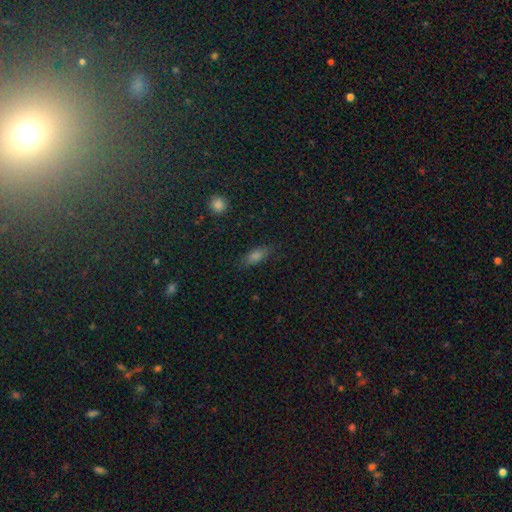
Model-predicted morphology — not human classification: Overall: smooth (66%). How rounded: in between (65%; cigar-shaped 29%). Merging: none (81%).